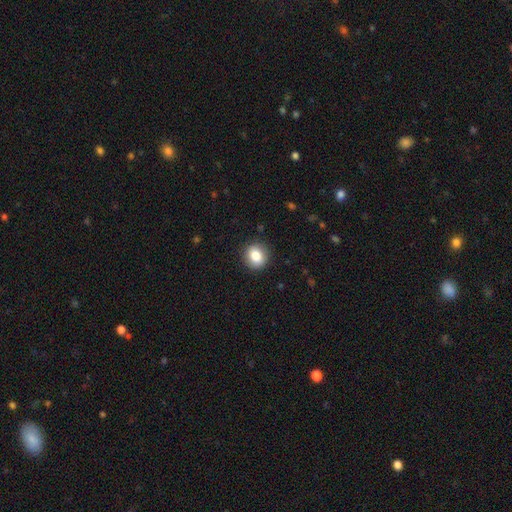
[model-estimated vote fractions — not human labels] smooth-or-featured: smooth: 82% | star or artifact: 9% | featured or disk: 9%
  how-rounded: round: 81% | in between: 18% | cigar-shaped: 1%
  merging: none: 90% | minor disturbance: 7% | major disturbance: 2% | merger: 1%